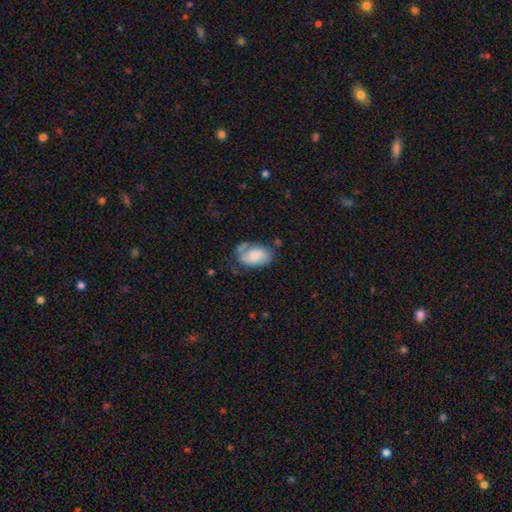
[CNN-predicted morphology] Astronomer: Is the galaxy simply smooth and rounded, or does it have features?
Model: smooth — 63%.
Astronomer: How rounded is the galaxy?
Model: in between — 90%.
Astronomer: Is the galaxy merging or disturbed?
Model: none — 50% (runner-up: minor disturbance, 30%).